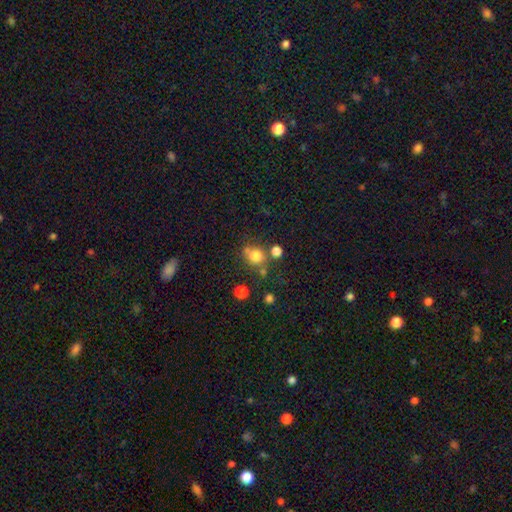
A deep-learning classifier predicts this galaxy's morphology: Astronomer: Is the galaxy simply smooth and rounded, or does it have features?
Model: smooth — 77%.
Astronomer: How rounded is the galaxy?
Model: round — 81%.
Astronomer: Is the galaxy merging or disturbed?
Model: none — 64%.